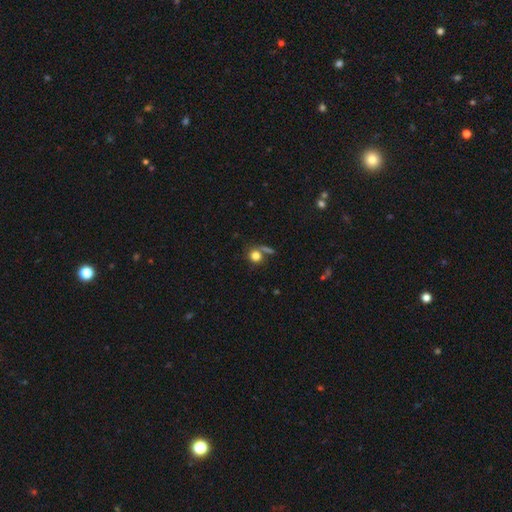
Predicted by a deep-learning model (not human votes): Smooth or featured: smooth — 79% (star or artifact — 12%)
How rounded: round — 85% (in between — 13%)
Merging: none — 61% (merger — 19%)